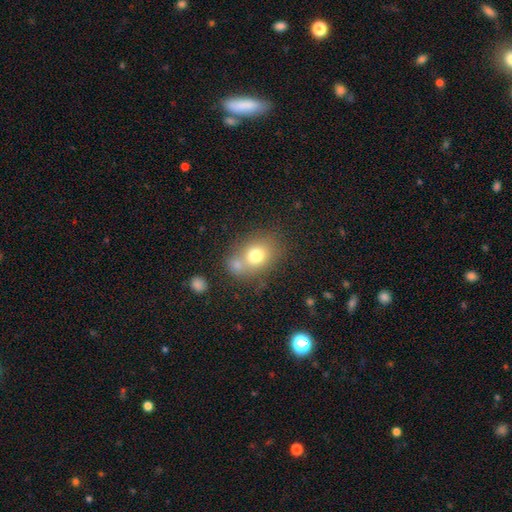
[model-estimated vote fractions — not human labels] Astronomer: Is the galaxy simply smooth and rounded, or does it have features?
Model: smooth — 73%.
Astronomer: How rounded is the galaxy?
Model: in between — 53% (runner-up: round, 46%).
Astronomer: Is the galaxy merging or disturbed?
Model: none — 48% (runner-up: merger, 34%).